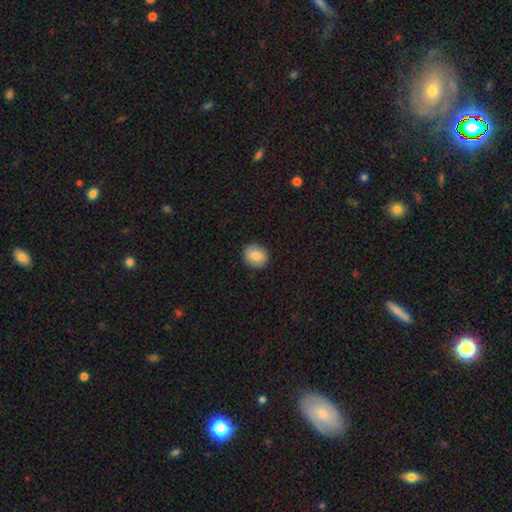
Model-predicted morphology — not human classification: smooth 81%, featured or disk 11%, star or artifact 8%. Down the decision tree: how rounded — round (83%); merging — none (90%).